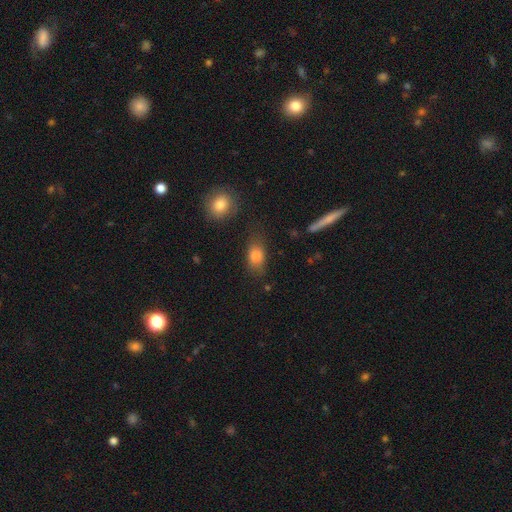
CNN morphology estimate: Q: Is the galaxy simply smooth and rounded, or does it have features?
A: smooth — 81%.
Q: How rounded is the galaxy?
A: in between — 81%.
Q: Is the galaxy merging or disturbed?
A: none — 66%.